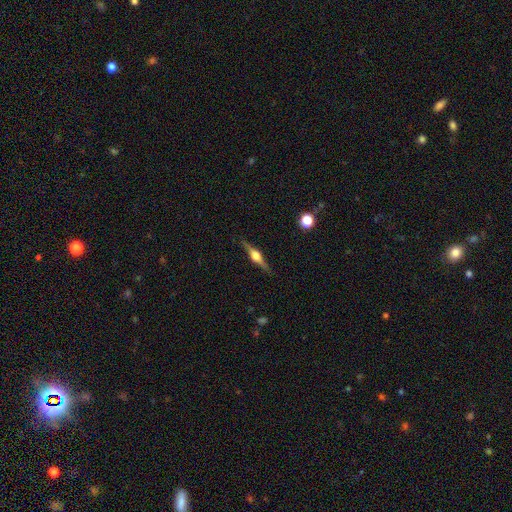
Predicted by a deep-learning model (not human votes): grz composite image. It shows a featured or disk galaxy (78%) viewed edge-on (98%) with a rounded central bulge (92%). Merging: none (88%).